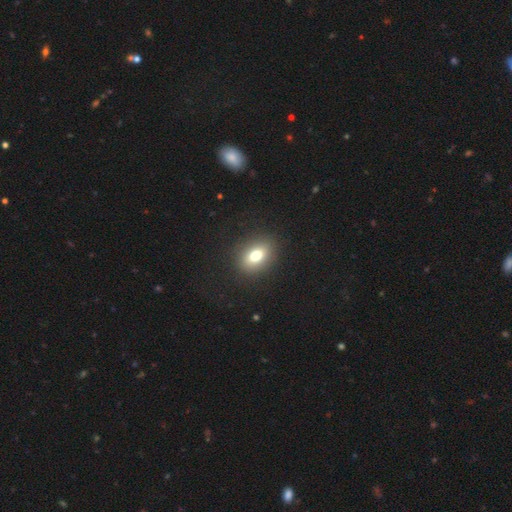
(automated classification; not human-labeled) smooth 76%, featured or disk 13%, star or artifact 11%. Down the decision tree: how rounded — in between (73%); merging — none (88%).